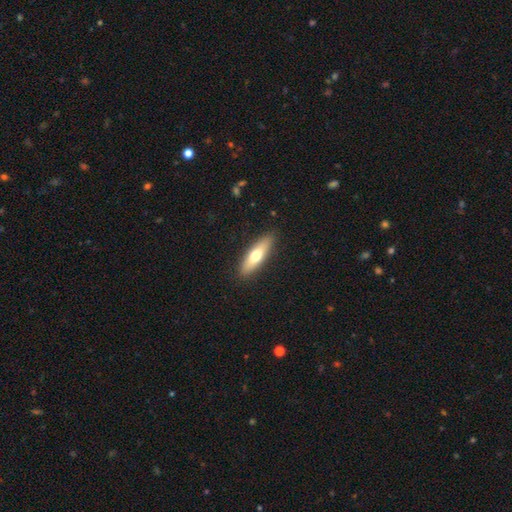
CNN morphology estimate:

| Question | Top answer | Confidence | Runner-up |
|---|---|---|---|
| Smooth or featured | smooth | 65% | featured or disk (30%) |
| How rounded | cigar-shaped | 59% | in between (39%) |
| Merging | none | 89% | minor disturbance (8%) |